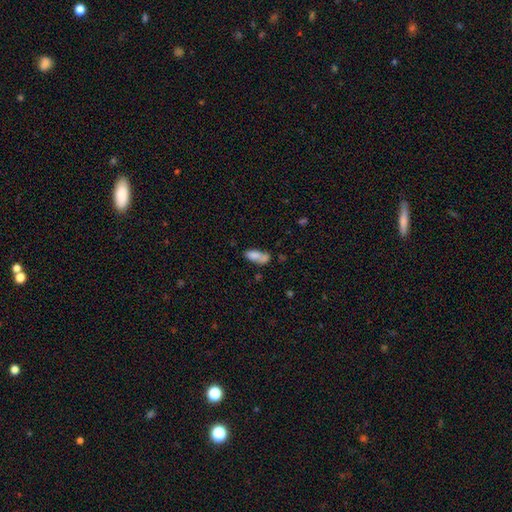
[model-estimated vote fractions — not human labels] The model was most divided on "merging": none: 36%, merger: 35%, minor disturbance: 19%, major disturbance: 10%. More confident: how rounded — in between (79%); smooth or featured — smooth (77%).